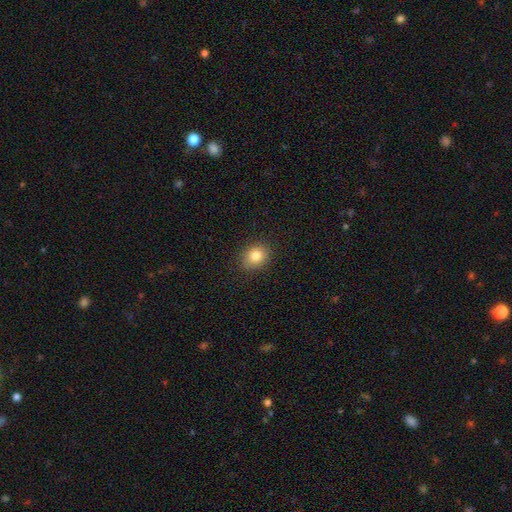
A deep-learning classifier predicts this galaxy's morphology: Smooth or featured: smooth — 83% (star or artifact — 10%)
How rounded: round — 57% (in between — 42%)
Merging: none — 87% (minor disturbance — 10%)